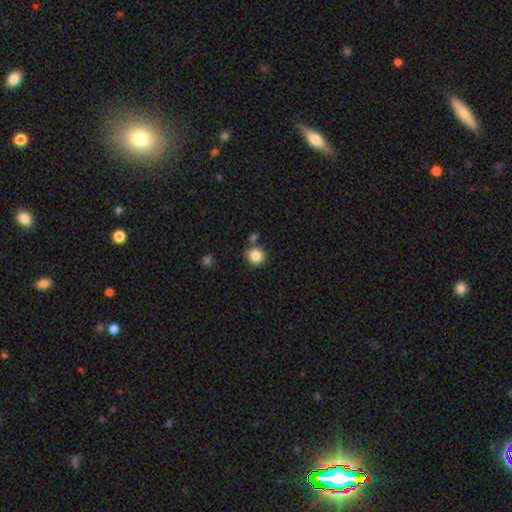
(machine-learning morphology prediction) A smooth galaxy with no disk features (85%) that is round (90%).

Vote fractions:
- Smooth or featured? smooth: 85% / star or artifact: 10% / featured or disk: 5%
- How rounded? round: 90% / in between: 9% / cigar-shaped: 1%
- Merging? none: 76% / minor disturbance: 11% / merger: 9% / major disturbance: 3%